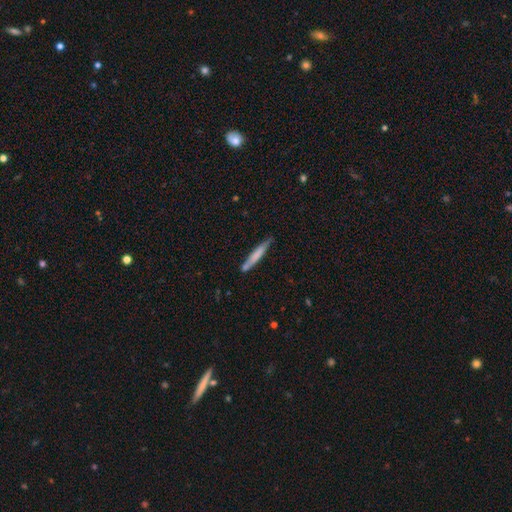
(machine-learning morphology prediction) Smooth or featured: smooth — 66% (featured or disk — 28%)
How rounded: cigar-shaped — 95% (in between — 4%)
Merging: none — 78% (minor disturbance — 15%)